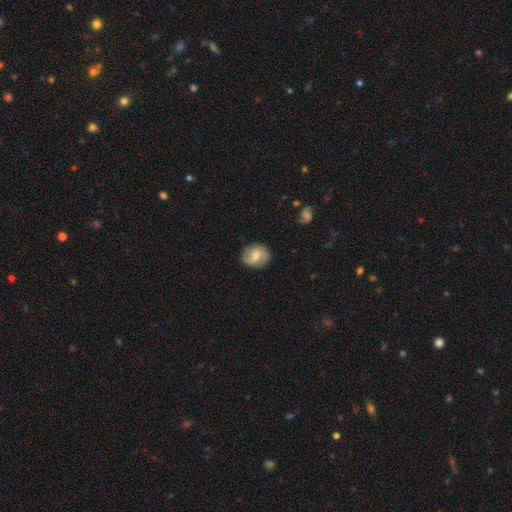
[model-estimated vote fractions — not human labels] Smooth or featured? Predicted: smooth (p=0.50). How rounded? Predicted: round (p=0.67). Merging? Predicted: none (p=0.81).